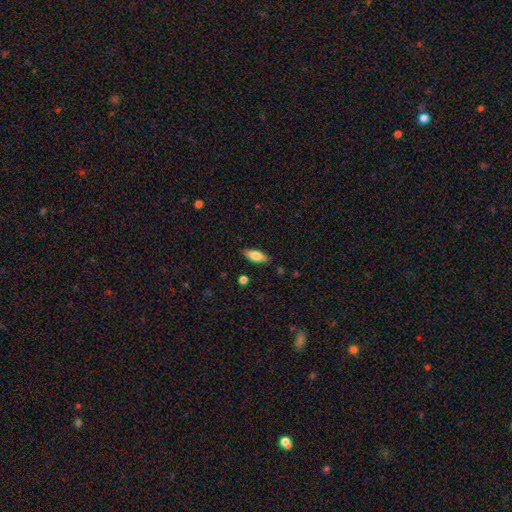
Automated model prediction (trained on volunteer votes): Smooth or featured: smooth — 74% (featured or disk — 20%)
How rounded: in between — 72% (cigar-shaped — 26%)
Merging: none — 85% (minor disturbance — 11%)